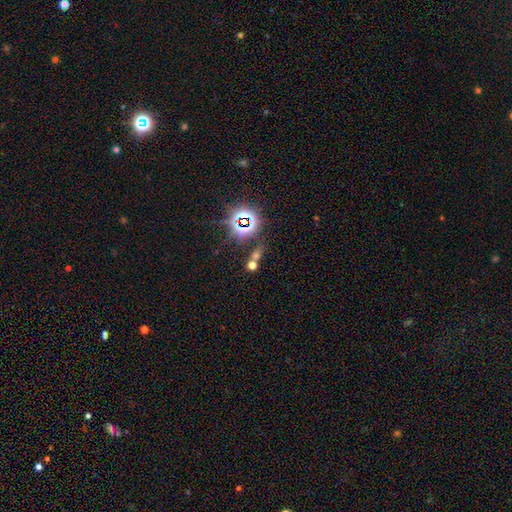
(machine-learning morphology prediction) Smooth or featured? star or artifact (61%)